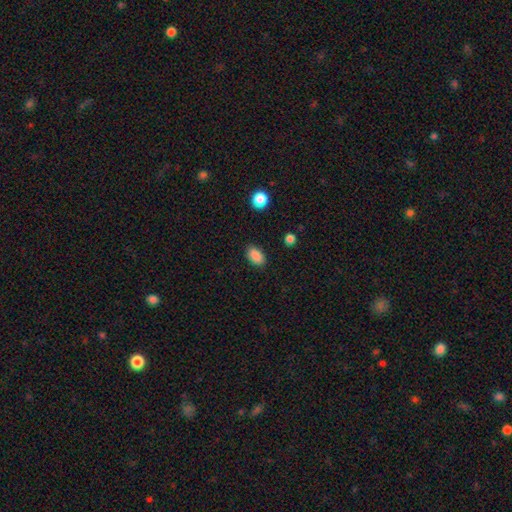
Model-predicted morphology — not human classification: smooth 88%, star or artifact 9%, featured or disk 3%. Down the decision tree: how rounded — in between (89%); merging — none (86%).